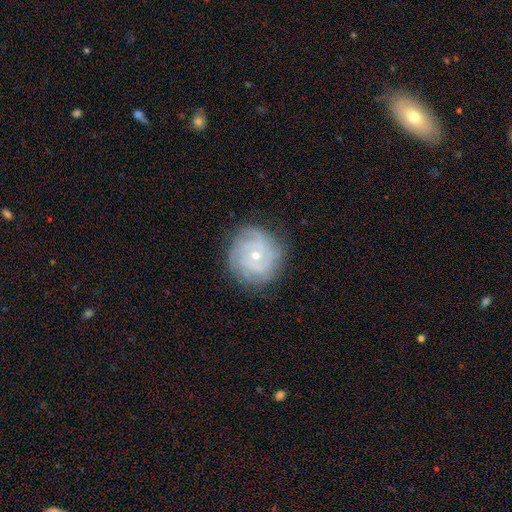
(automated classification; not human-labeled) Smooth or featured? featured or disk (80%)
Edge-on disk? no (97%)
Bar? no (75%)
Spiral arms? yes (95%)
Spiral winding? tight (75%)
Spiral arm count? can't tell (29%)
Bulge size? small (62%)
Merging? none (82%)